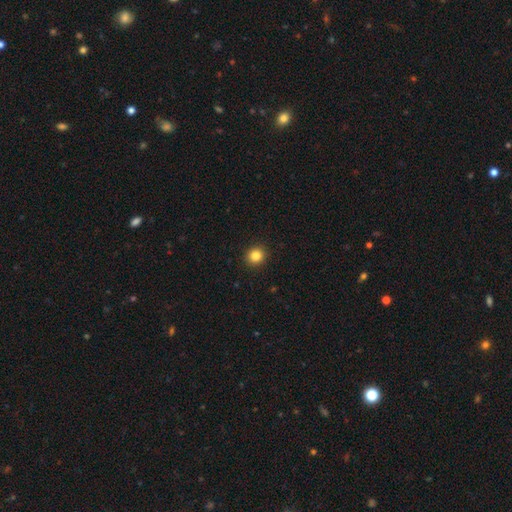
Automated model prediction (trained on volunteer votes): smooth-or-featured: smooth: 84% | star or artifact: 11% | featured or disk: 5%
  how-rounded: round: 89% | in between: 10% | cigar-shaped: 1%
  merging: none: 92% | minor disturbance: 5% | major disturbance: 2% | merger: 1%